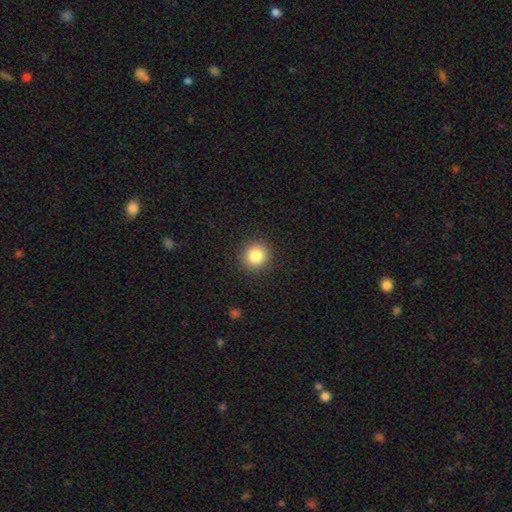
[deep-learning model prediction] smooth_or_featured: smooth (p=0.84) [alt: star or artifact p=0.10]
how_rounded: round (p=0.91) [alt: in between p=0.08]
merging: none (p=0.91) [alt: minor disturbance p=0.06]